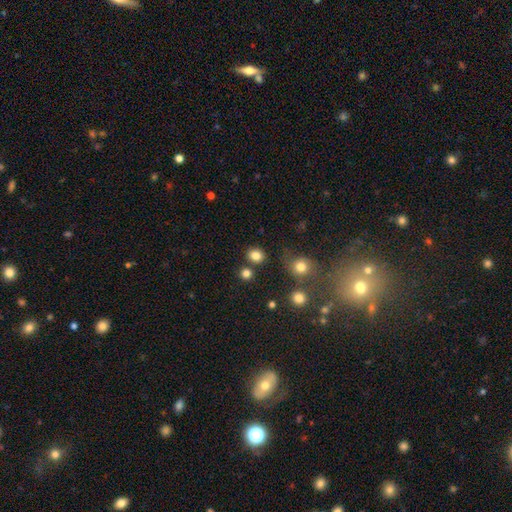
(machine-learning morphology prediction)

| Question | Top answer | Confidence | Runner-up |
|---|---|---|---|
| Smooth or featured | smooth | 82% | star or artifact (13%) |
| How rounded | round | 77% | in between (22%) |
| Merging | none | 80% | minor disturbance (9%) |